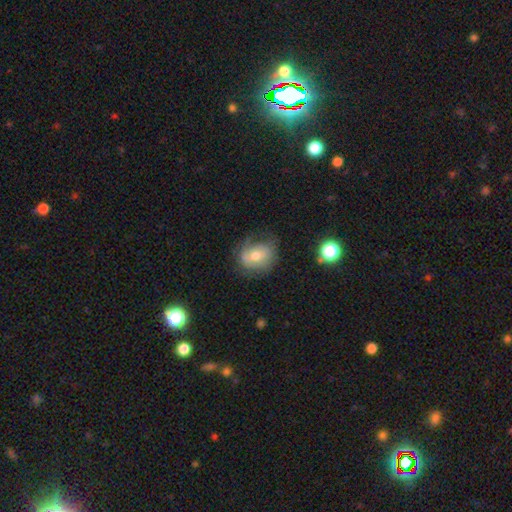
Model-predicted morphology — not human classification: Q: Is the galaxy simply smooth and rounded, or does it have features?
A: smooth — 53%.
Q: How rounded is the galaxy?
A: round — 52%.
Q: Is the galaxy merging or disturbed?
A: none — 57%.